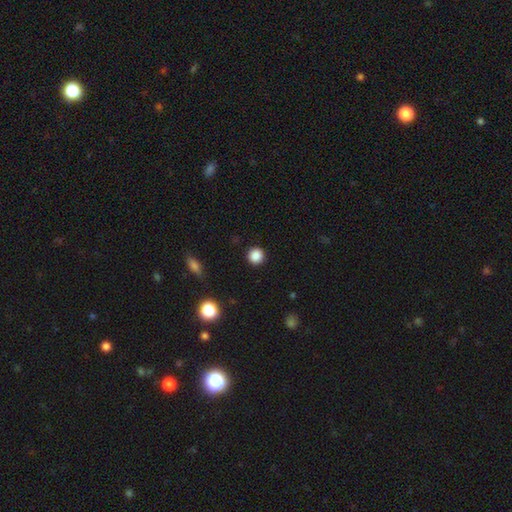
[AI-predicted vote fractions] Q: Smooth or featured?
A: smooth (87%); runner-up: star or artifact (11%)
Q: How rounded?
A: round (94%); runner-up: in between (5%)
Q: Merging?
A: none (92%); runner-up: minor disturbance (5%)